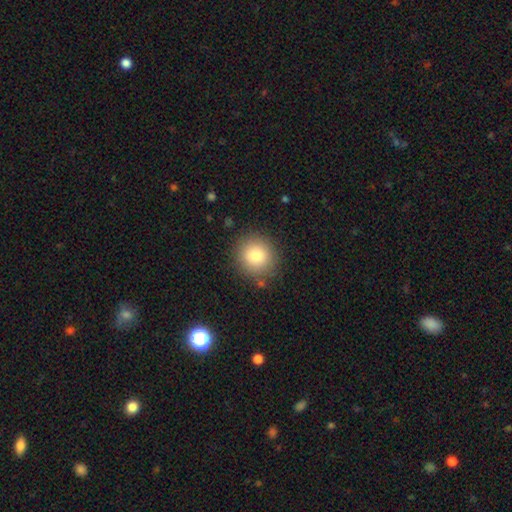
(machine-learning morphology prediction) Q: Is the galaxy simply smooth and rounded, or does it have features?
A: smooth — 81%.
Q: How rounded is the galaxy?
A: round — 89%.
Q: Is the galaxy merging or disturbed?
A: none — 86%.